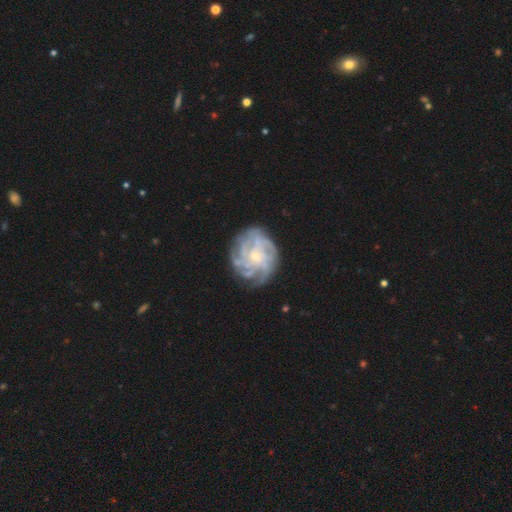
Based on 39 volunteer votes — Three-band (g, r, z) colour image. It shows a featured or disk galaxy (92%) with no bar (83%), more than 4 (51%) tight (69%) spiral arms (97%) and a small central bulge (61%). Merging: none (74%).